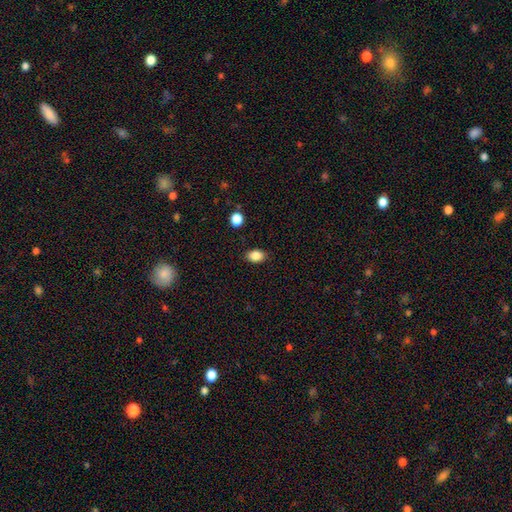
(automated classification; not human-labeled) smooth_or_featured: smooth (p=0.86) [alt: star or artifact p=0.09]
how_rounded: in between (p=0.78) [alt: round p=0.20]
merging: none (p=0.87) [alt: minor disturbance p=0.09]